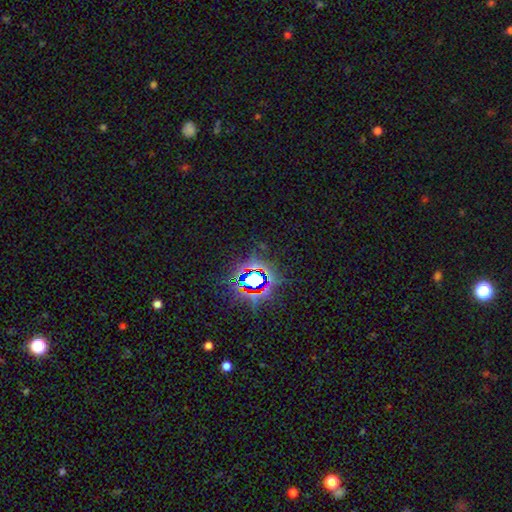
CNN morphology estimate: This is clearly a star or artifact rather than a galaxy (82%).